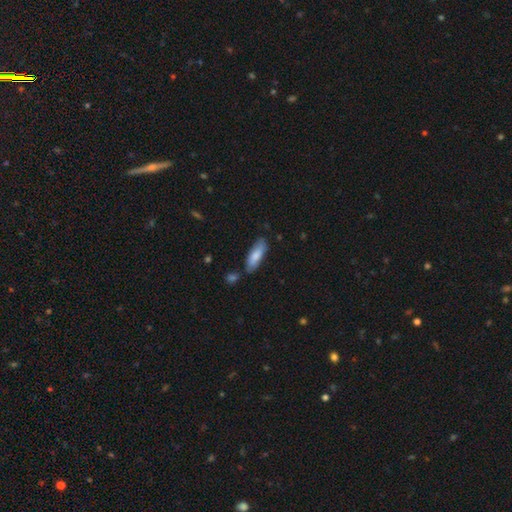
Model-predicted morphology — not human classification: A smooth galaxy with no disk features (78%) that is in between round and cigar-shaped (58%).

Vote fractions:
- Smooth or featured? smooth: 78% / featured or disk: 17% / star or artifact: 6%
- How rounded? in between: 58% / cigar-shaped: 40% / round: 2%
- Merging? none: 71% / minor disturbance: 19% / merger: 6% / major disturbance: 4%